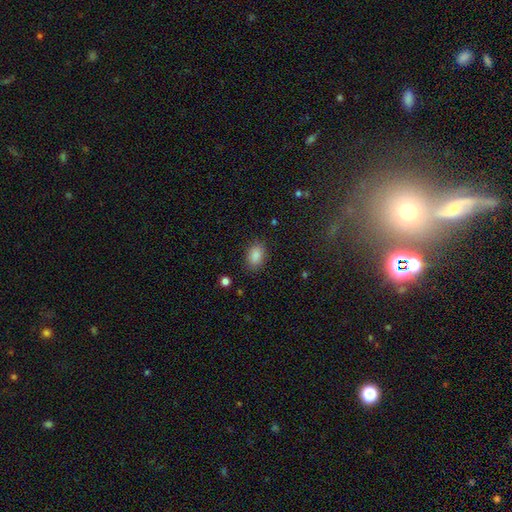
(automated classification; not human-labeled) This is clearly a smooth galaxy (86%). How rounded: clearly in between (85%). Merging: clearly none (85%).